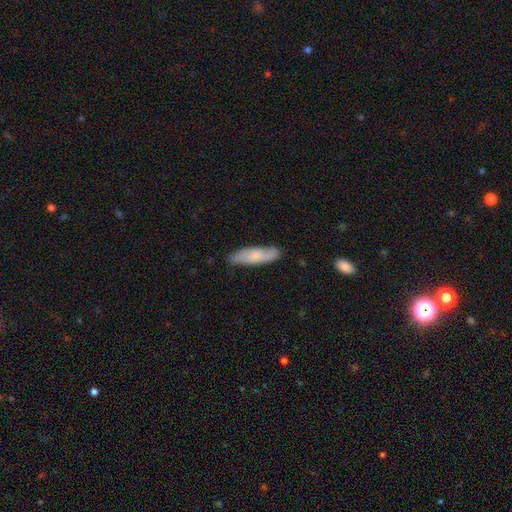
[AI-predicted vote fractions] Q: Smooth or featured?
A: smooth (68%); runner-up: featured or disk (26%)
Q: How rounded?
A: cigar-shaped (63%); runner-up: in between (36%)
Q: Merging?
A: none (82%); runner-up: minor disturbance (15%)